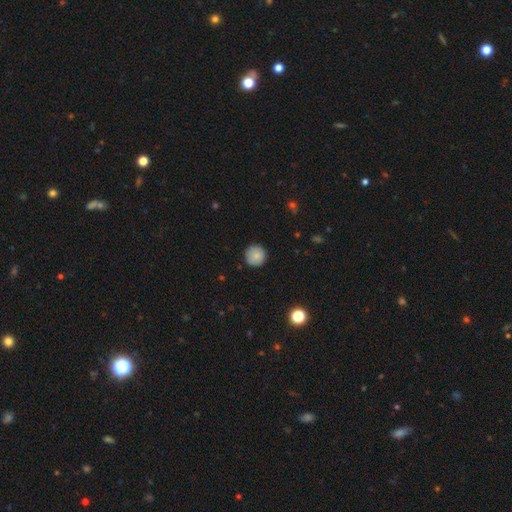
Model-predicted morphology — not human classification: A smooth galaxy with no disk features (84%) that is round (95%).

Vote fractions:
- Smooth or featured? smooth: 84% / star or artifact: 8% / featured or disk: 8%
- How rounded? round: 95% / in between: 4% / cigar-shaped: 1%
- Merging? none: 88% / minor disturbance: 9% / major disturbance: 2% / merger: 1%